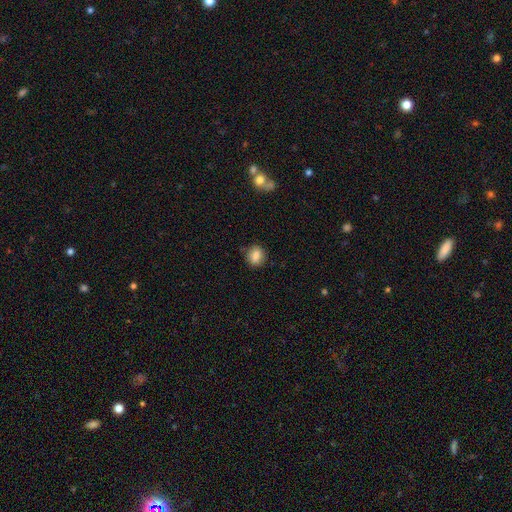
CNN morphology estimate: A smooth galaxy with no disk features (84%) that is round (60%). Merging: none (80%).